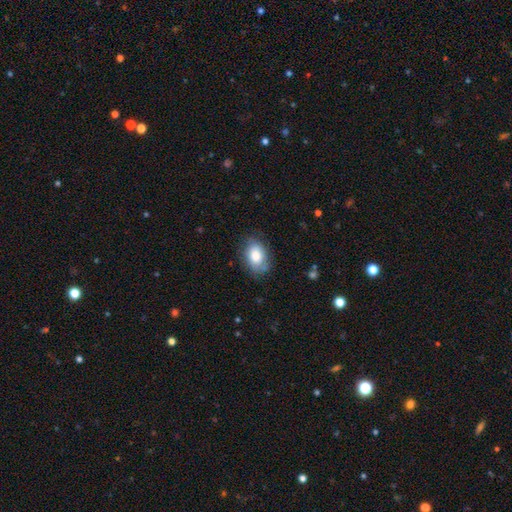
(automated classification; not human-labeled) Smooth or featured?
  - smooth: 80% *
  - featured or disk: 13%
  - star or artifact: 7%
How rounded?
  - in between: 85% *
  - round: 14%
  - cigar-shaped: 1%
Merging?
  - none: 74% *
  - minor disturbance: 20%
  - major disturbance: 5%
  - merger: 1%